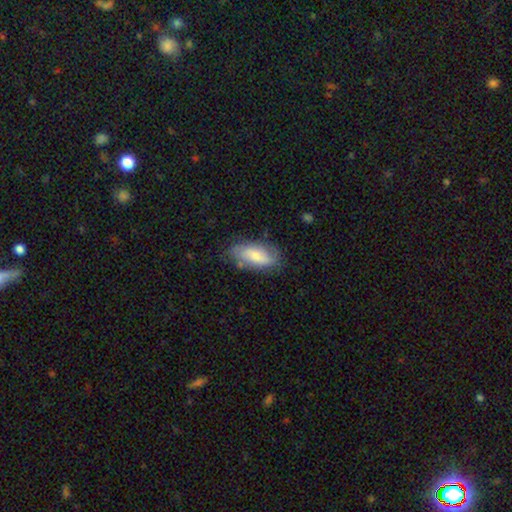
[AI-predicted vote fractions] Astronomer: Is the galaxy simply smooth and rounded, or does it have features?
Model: smooth — 61%.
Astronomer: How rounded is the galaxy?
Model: in between — 87%.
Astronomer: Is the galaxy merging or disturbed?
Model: none — 71%.